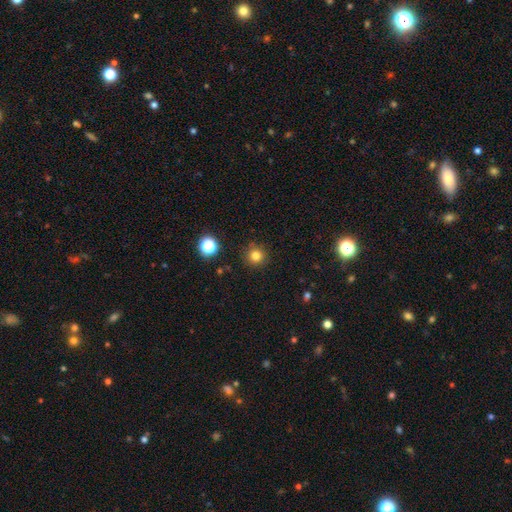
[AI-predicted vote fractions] smooth-or-featured: smooth: 80% | star or artifact: 14% | featured or disk: 5%
  how-rounded: round: 95% | in between: 4% | cigar-shaped: 1%
  merging: none: 90% | minor disturbance: 6% | major disturbance: 2% | merger: 1%